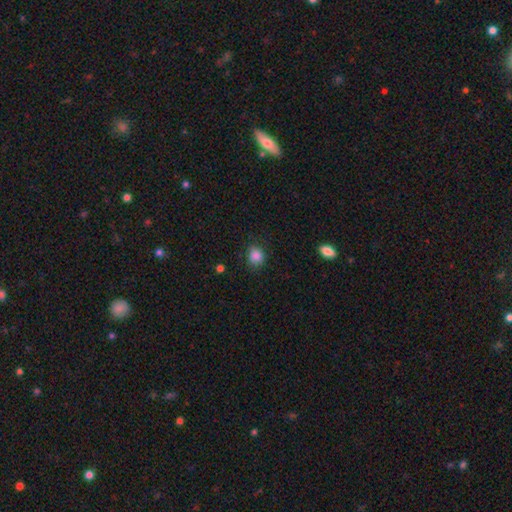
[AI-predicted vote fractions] Smooth or featured? Predicted: smooth (p=0.85). How rounded? Predicted: round (p=0.72). Merging? Predicted: none (p=0.76).